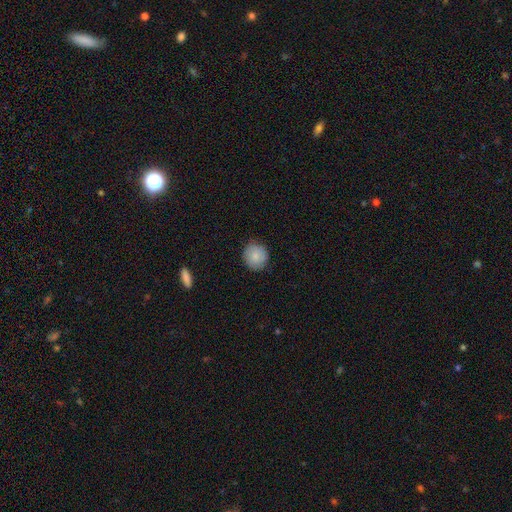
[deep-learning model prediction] Smooth or featured? Predicted: smooth (p=0.83). How rounded? Predicted: round (p=0.91). Merging? Predicted: none (p=0.87).